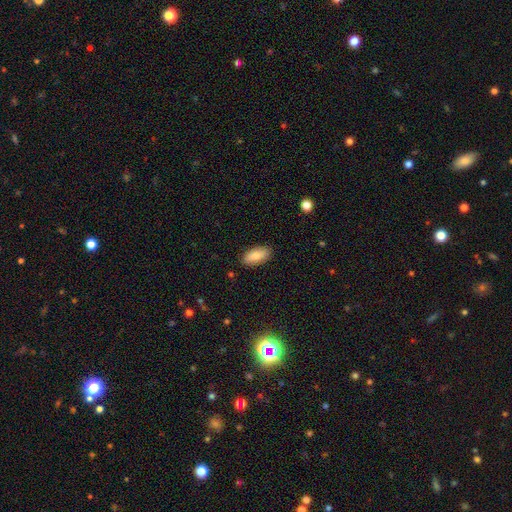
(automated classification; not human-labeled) A smooth galaxy with no disk features (82%) that is in between round and cigar-shaped (90%).

Vote fractions:
- Smooth or featured? smooth: 82% / featured or disk: 11% / star or artifact: 7%
- How rounded? in between: 90% / cigar-shaped: 8% / round: 2%
- Merging? none: 87% / minor disturbance: 10% / major disturbance: 2% / merger: 1%